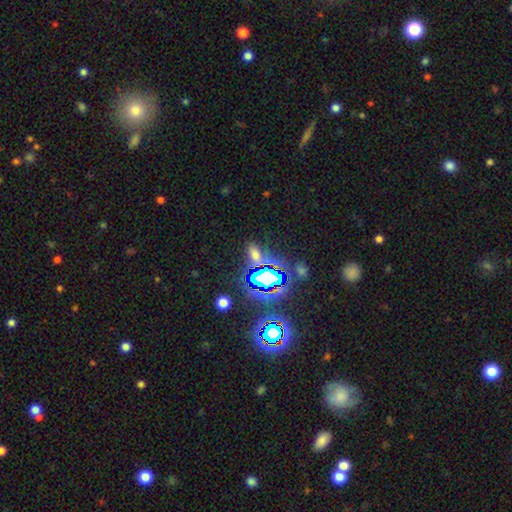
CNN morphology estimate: This appears to be a star or artifact, not a galaxy (50%).